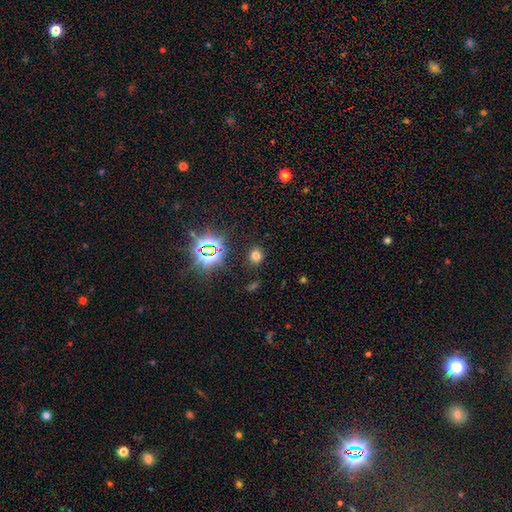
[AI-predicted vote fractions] Smooth or featured?
  - smooth: 68% *
  - star or artifact: 25%
  - featured or disk: 7%
How rounded?
  - round: 83% *
  - in between: 16%
  - cigar-shaped: 1%
Merging?
  - none: 88% *
  - minor disturbance: 7%
  - major disturbance: 3%
  - merger: 2%